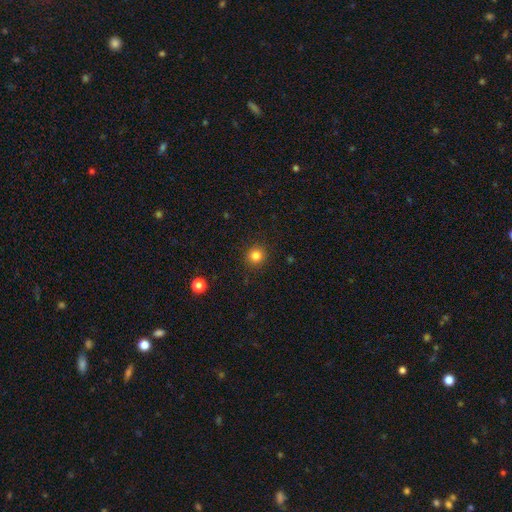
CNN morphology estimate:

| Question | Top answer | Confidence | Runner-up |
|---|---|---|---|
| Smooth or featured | smooth | 83% | star or artifact (12%) |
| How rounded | round | 93% | in between (6%) |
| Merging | none | 91% | minor disturbance (6%) |